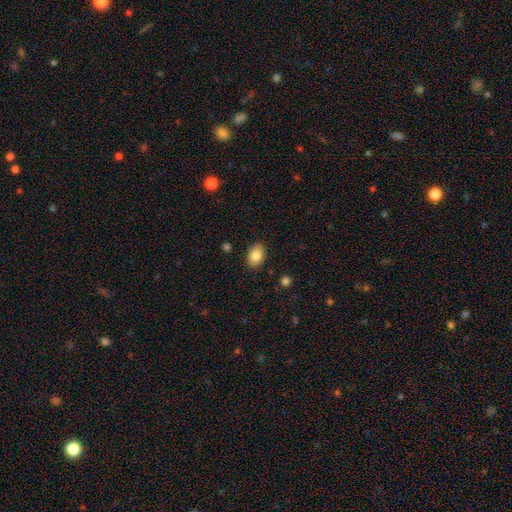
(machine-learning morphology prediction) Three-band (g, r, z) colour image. It shows a smooth galaxy with no disk features (84%) that is in between round and cigar-shaped (77%). Merging: none (89%).